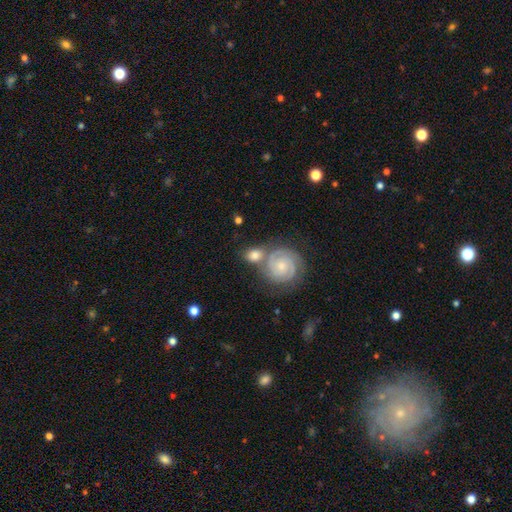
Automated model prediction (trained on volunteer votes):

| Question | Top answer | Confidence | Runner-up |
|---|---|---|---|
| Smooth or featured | featured or disk | 73% | smooth (19%) |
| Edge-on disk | no | 97% | yes (3%) |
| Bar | no | 68% | weak (25%) |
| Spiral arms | yes | 95% | no (5%) |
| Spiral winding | tight | 72% | medium (23%) |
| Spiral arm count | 2 | 70% | 3 (11%) |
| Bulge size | small | 60% | moderate (33%) |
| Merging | none | 59% | merger (24%) |